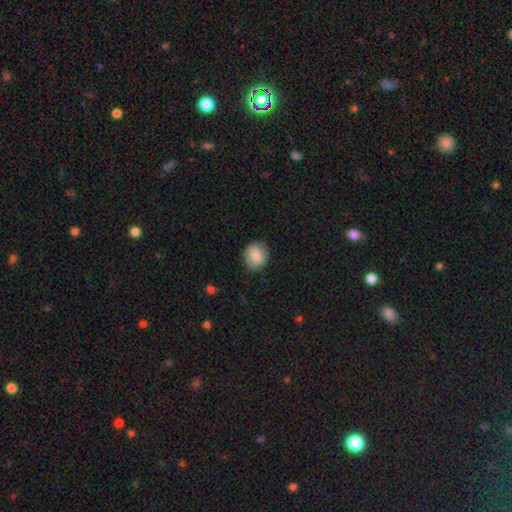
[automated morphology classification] Smooth or featured? smooth (81%)
How rounded? round (74%)
Merging? none (84%)